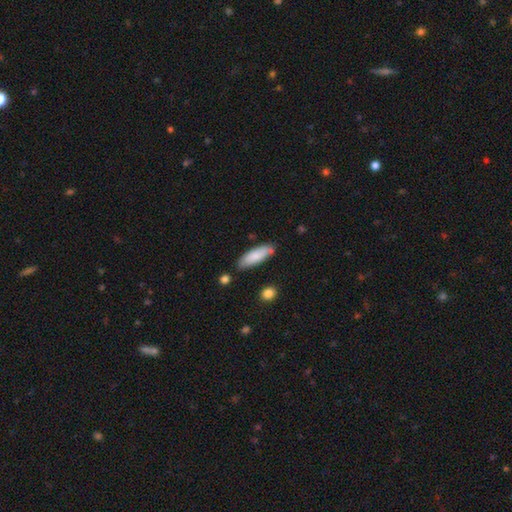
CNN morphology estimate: A smooth galaxy with no disk features (82%) that is in between round and cigar-shaped (57%). Merging: none (76%).